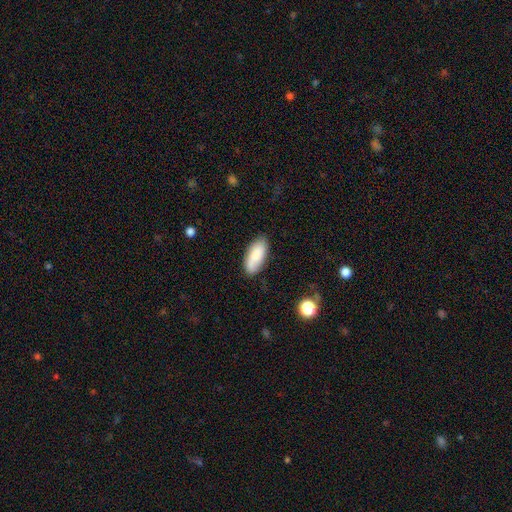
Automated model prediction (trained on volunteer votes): Q: Smooth or featured?
A: smooth (79%); runner-up: featured or disk (14%)
Q: How rounded?
A: in between (88%); runner-up: cigar-shaped (10%)
Q: Merging?
A: none (79%); runner-up: minor disturbance (16%)